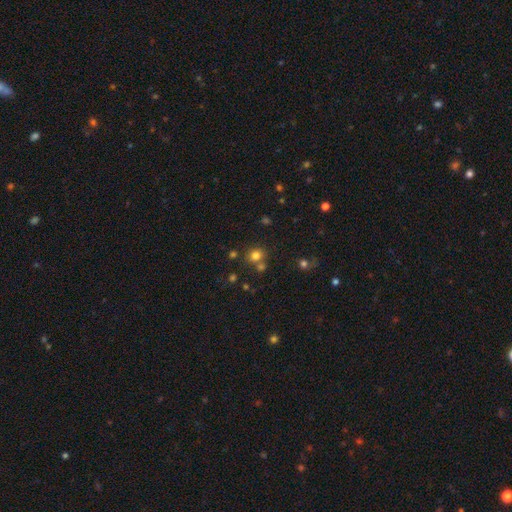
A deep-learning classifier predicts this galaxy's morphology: type=smooth (76%); roundness=round (79%); merging=none (67%).